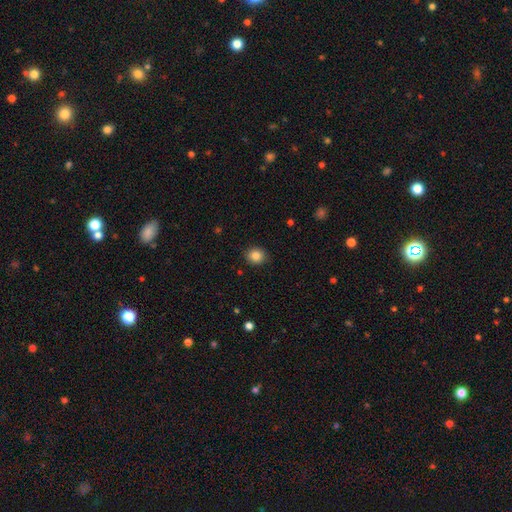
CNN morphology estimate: type=smooth (85%); roundness=round (82%); merging=none (90%).